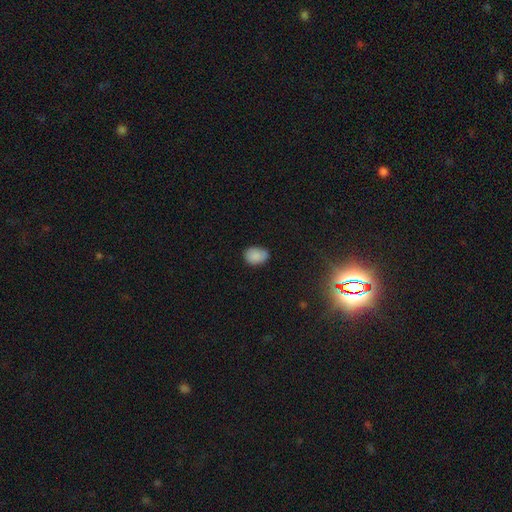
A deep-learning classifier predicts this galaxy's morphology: A smooth galaxy with no disk features (86%) that is in between round and cigar-shaped (71%). Merging: none (66%).